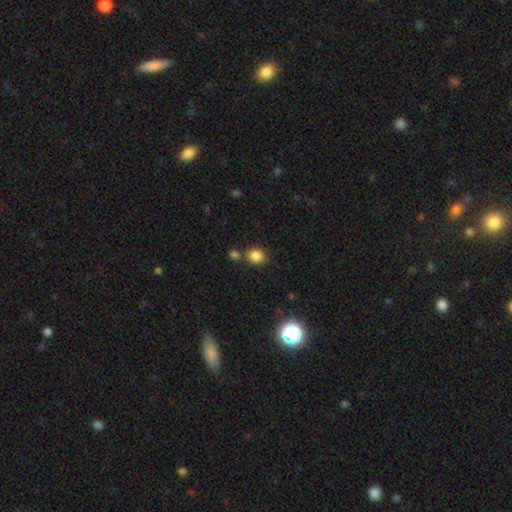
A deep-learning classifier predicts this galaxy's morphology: The model was most divided on "how rounded": round: 66%, in between: 33%, cigar-shaped: 1%. More confident: smooth or featured — smooth (84%); merging — none (71%).